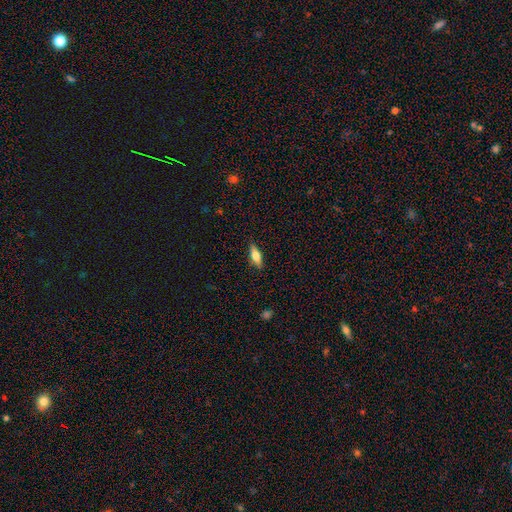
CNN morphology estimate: A smooth galaxy with no disk features (68%) that is in between round and cigar-shaped (63%). Merging: none (85%).